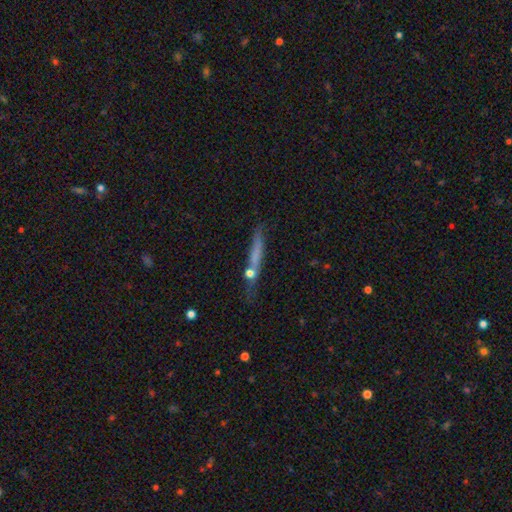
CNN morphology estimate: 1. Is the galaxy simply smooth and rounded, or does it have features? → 53% smooth, 36% featured or disk, 11% star or artifact.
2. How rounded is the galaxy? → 92% cigar-shaped, 5% in between, 3% round.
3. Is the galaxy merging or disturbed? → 70% none, 15% minor disturbance, 9% merger, 6% major disturbance.